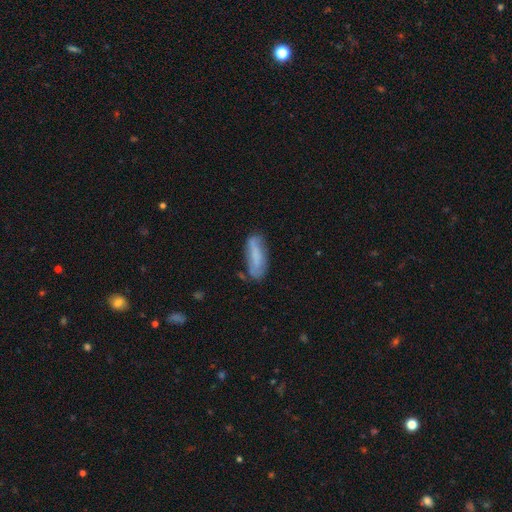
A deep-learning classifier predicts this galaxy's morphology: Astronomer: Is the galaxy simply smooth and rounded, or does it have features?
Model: smooth — 63%.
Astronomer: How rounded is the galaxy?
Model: in between — 56% (runner-up: cigar-shaped, 42%).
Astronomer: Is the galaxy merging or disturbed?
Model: none — 60%.